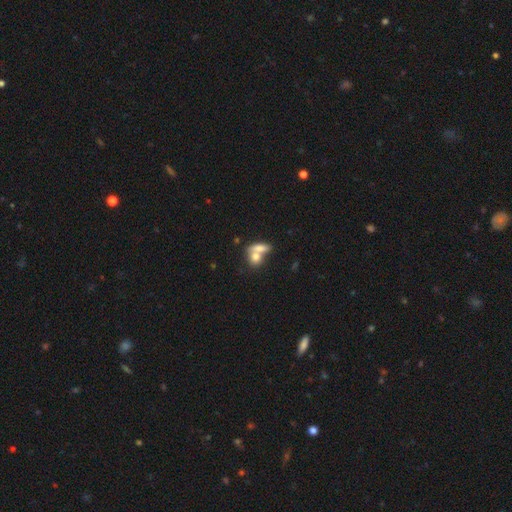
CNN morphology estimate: smooth-or-featured: smooth: 74% | featured or disk: 18% | star or artifact: 8%
  how-rounded: in between: 57% | round: 35% | cigar-shaped: 8%
  merging: merger: 64% | none: 25% | minor disturbance: 6% | major disturbance: 4%